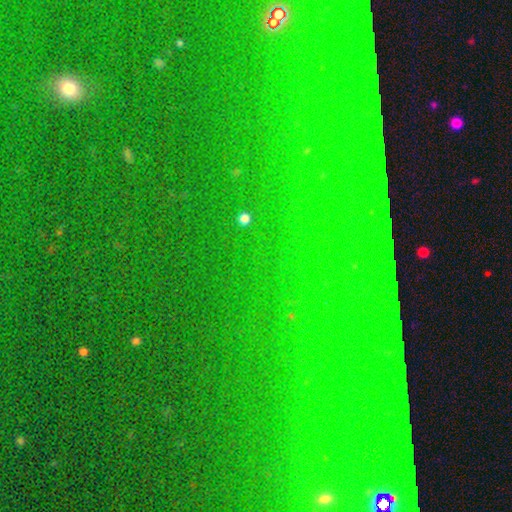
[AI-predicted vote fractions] smooth_or_featured: star or artifact (p=0.79) [alt: smooth p=0.12]